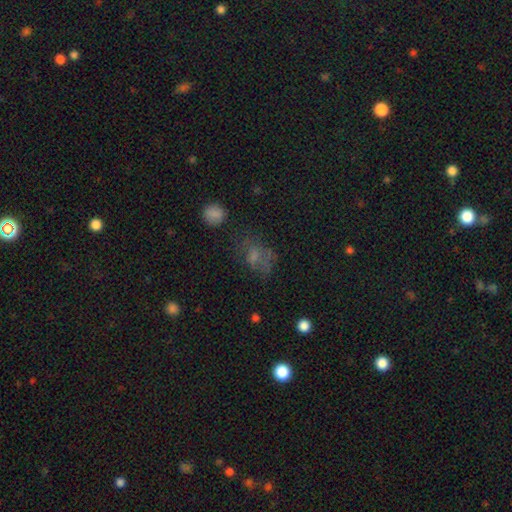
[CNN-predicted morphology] A smooth galaxy with no disk features (52%) that is in between round and cigar-shaped (65%).

Vote fractions:
- Smooth or featured? smooth: 52% / star or artifact: 25% / featured or disk: 23%
- How rounded? in between: 65% / round: 33% / cigar-shaped: 2%
- Merging? none: 48% / major disturbance: 24% / minor disturbance: 22% / merger: 6%